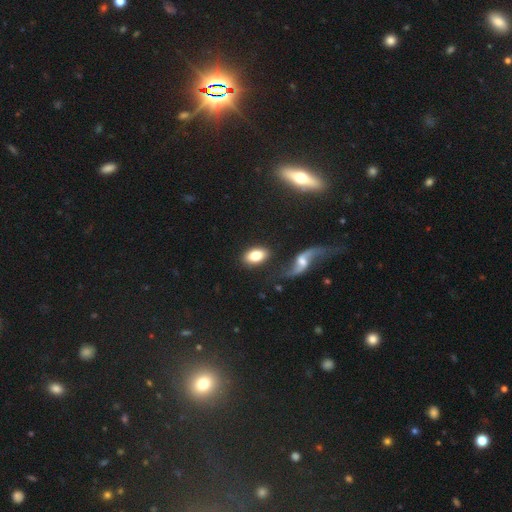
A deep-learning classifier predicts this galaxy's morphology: Smooth or featured: smooth — 77% (featured or disk — 16%)
How rounded: in between — 90% (round — 8%)
Merging: none — 78% (minor disturbance — 12%)